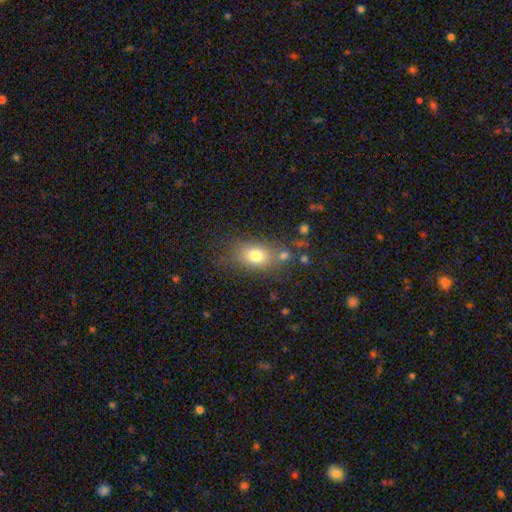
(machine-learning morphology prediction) The model was most divided on "merging": none: 63%, minor disturbance: 17%, merger: 11%, major disturbance: 8%. More confident: smooth or featured — smooth (77%); how rounded — in between (74%).